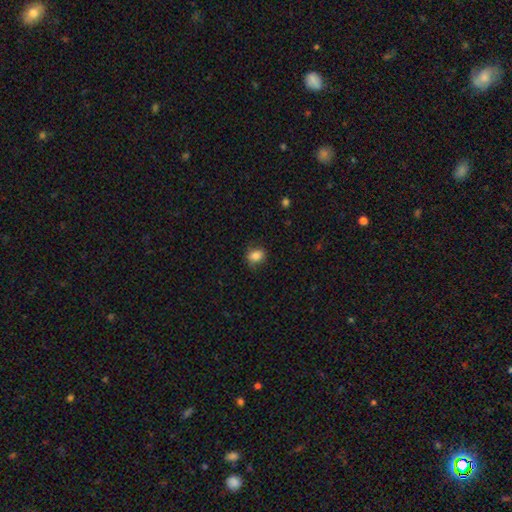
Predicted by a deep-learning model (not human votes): Morphology: type=smooth (85%); roundness=round (56%); merging=none (81%).